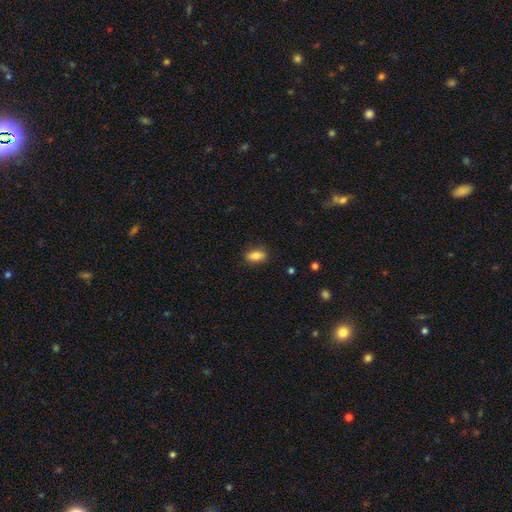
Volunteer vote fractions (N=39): smooth_or_featured: smooth (p=0.87) [alt: star or artifact p=0.08]
how_rounded: in between (p=0.94) [alt: cigar-shaped p=0.06]
merging: none (p=0.97) [alt: major disturbance p=0.03]